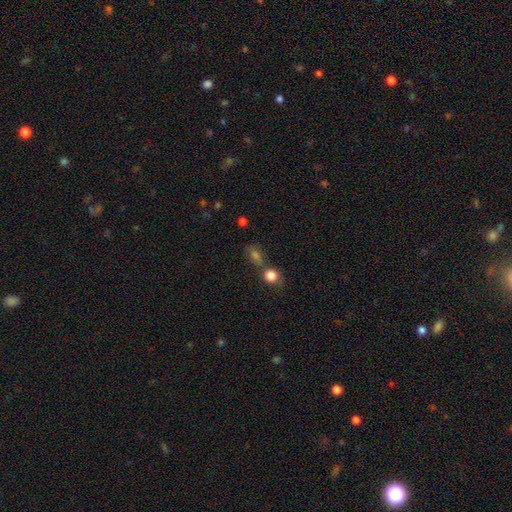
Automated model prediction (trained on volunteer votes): The model was most divided on "merging": none: 50%, merger: 33%, minor disturbance: 11%, major disturbance: 6%. More confident: smooth or featured — smooth (62%); how rounded — round (58%).